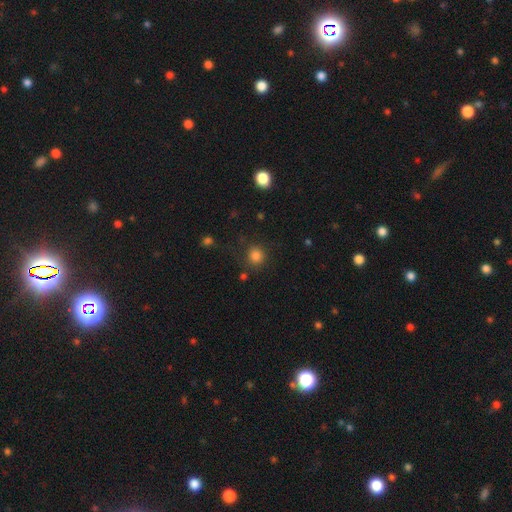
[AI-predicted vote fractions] smooth-or-featured: smooth: 82% | star or artifact: 13% | featured or disk: 5%
  how-rounded: round: 90% | in between: 9% | cigar-shaped: 1%
  merging: none: 83% | minor disturbance: 10% | major disturbance: 5% | merger: 3%